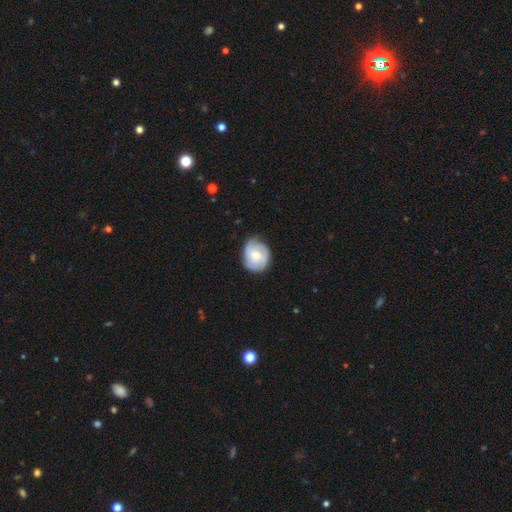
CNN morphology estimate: smooth_or_featured: featured or disk (p=0.61) [alt: smooth p=0.33]
disk_edge_on: no (p=0.97) [alt: yes p=0.03]
bar: no (p=0.74) [alt: weak p=0.22]
has_spiral_arms: yes (p=0.86) [alt: no p=0.14]
spiral_winding: tight (p=0.57) [alt: medium p=0.33]
spiral_arm_count: 3 (p=0.35) [alt: can't tell p=0.29]
bulge_size: moderate (p=0.60) [alt: small p=0.34]
merging: none (p=0.70) [alt: minor disturbance p=0.23]